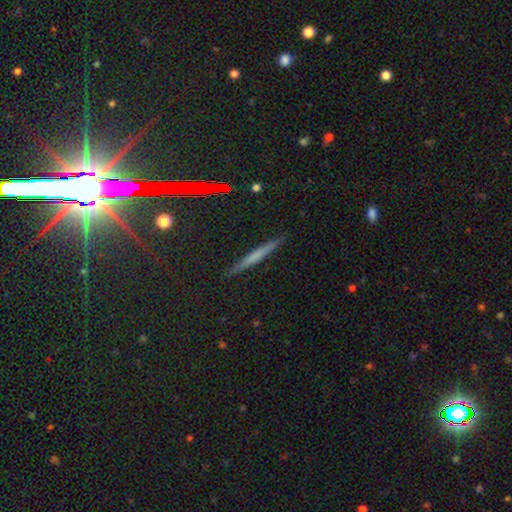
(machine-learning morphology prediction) This is possibly a smooth galaxy (45%). Merging: clearly none (89%).